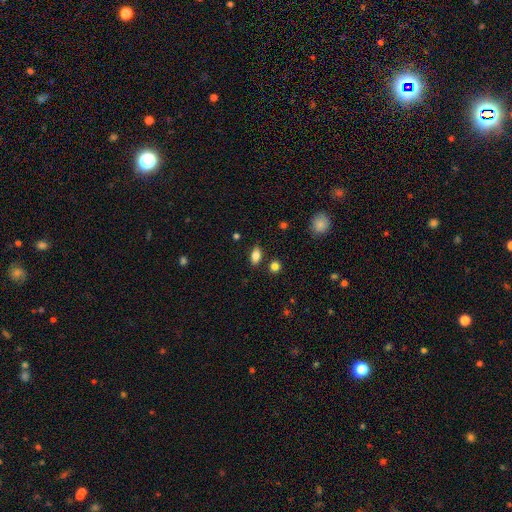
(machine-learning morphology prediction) type=smooth (81%); roundness=in between (86%); merging=none (84%).